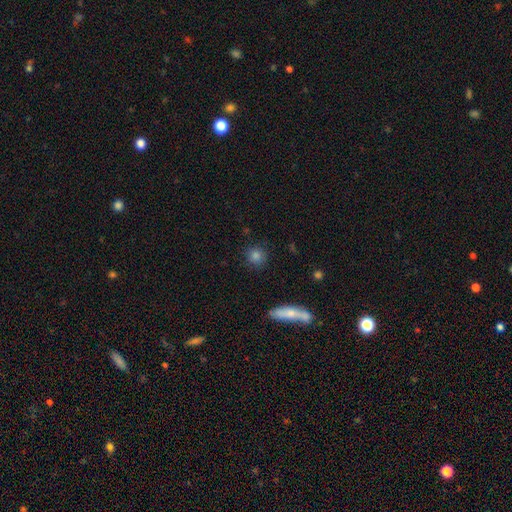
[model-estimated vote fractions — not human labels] A smooth galaxy with no disk features (82%) that is round (89%).

Vote fractions:
- Smooth or featured? smooth: 82% / star or artifact: 11% / featured or disk: 6%
- How rounded? round: 89% / in between: 9% / cigar-shaped: 2%
- Merging? none: 87% / minor disturbance: 8% / major disturbance: 2% / merger: 2%